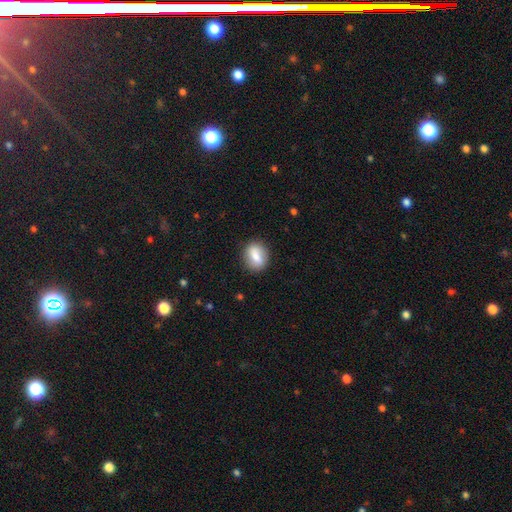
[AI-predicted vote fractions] Smooth or featured? smooth (76%)
How rounded? in between (56%)
Merging? none (85%)